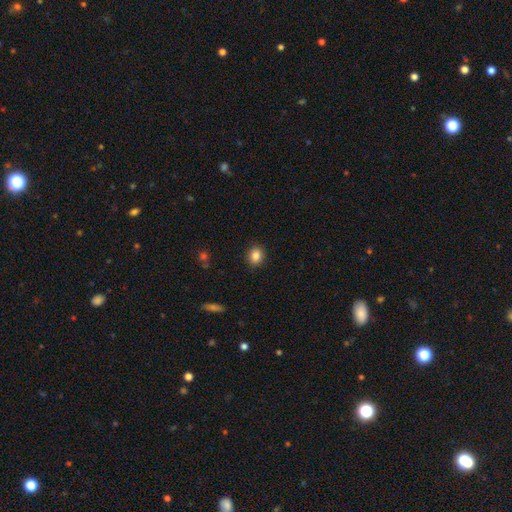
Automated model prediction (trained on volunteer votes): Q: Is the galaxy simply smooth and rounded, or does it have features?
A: smooth — 85%.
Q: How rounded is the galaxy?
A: round — 62%.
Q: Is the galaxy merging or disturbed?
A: none — 90%.